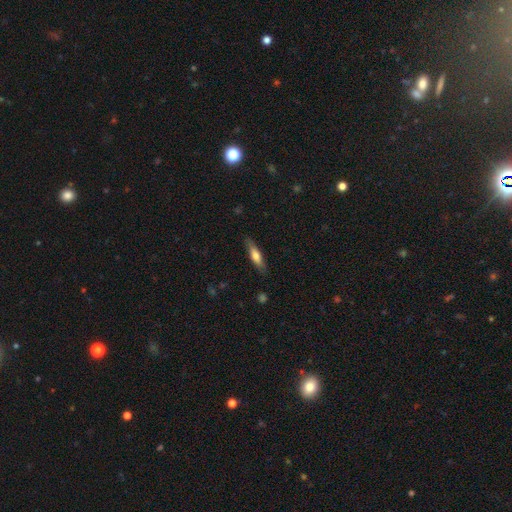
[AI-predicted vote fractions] A smooth galaxy with no disk features (64%) that is cigar-shaped (70%).

Vote fractions:
- Smooth or featured? smooth: 64% / featured or disk: 29% / star or artifact: 6%
- How rounded? cigar-shaped: 70% / in between: 28% / round: 2%
- Merging? none: 83% / minor disturbance: 13% / major disturbance: 3% / merger: 1%